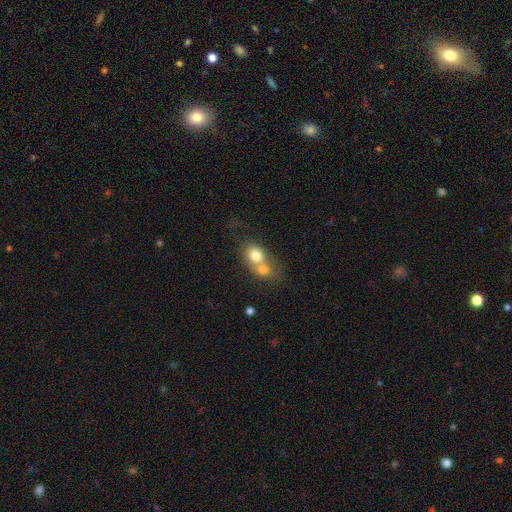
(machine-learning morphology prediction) Q: Smooth or featured?
A: smooth (72%); runner-up: featured or disk (19%)
Q: How rounded?
A: in between (53%); runner-up: round (45%)
Q: Merging?
A: merger (69%); runner-up: none (21%)